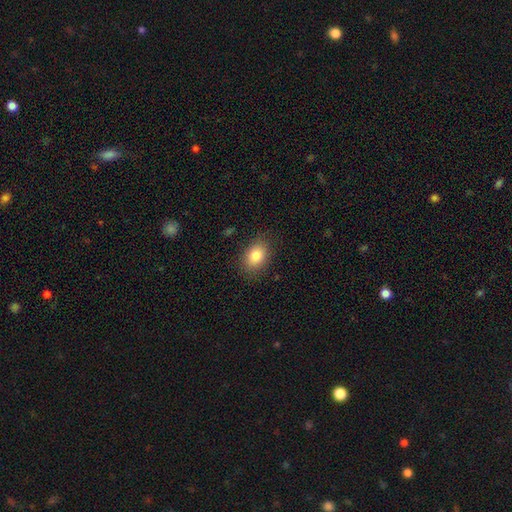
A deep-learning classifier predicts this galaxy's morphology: Smooth or featured?
  - smooth: 82% *
  - star or artifact: 9%
  - featured or disk: 9%
How rounded?
  - in between: 72% *
  - round: 27%
  - cigar-shaped: 1%
Merging?
  - none: 84% *
  - minor disturbance: 12%
  - major disturbance: 3%
  - merger: 1%